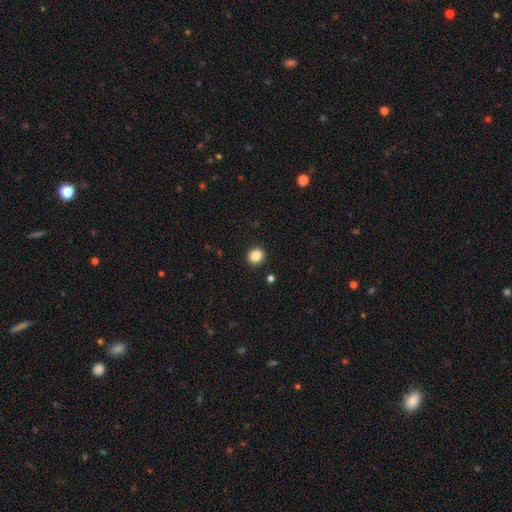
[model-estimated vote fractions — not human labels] Morphology: type=smooth (86%); roundness=round (75%); merging=none (91%).